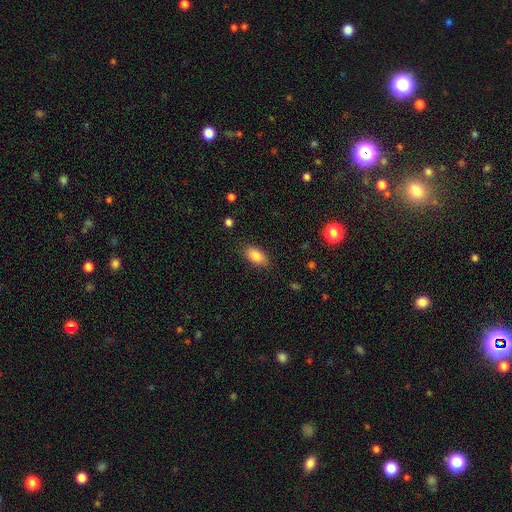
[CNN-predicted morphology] This appears to be a smooth galaxy with no disk features (84%) that is in between round and cigar-shaped (90%). Merging: none (84%).